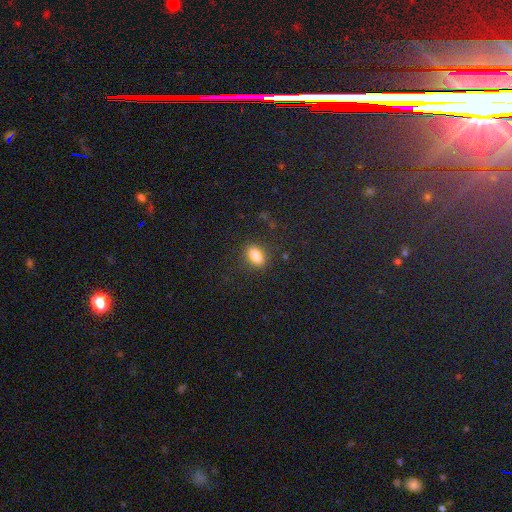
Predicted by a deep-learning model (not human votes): Morphology: type=smooth (83%); roundness=in between (84%); merging=none (85%).